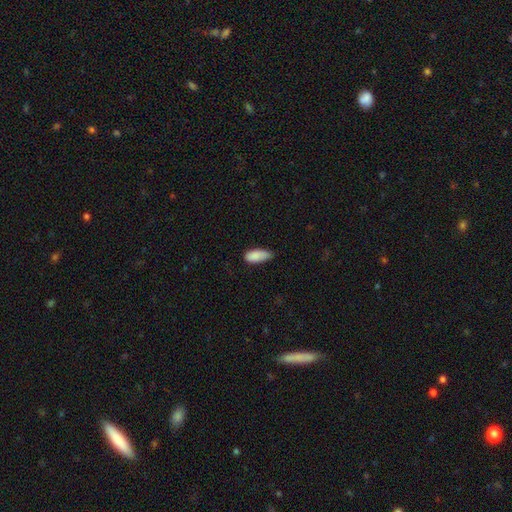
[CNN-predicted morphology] This is clearly a smooth galaxy (88%). How rounded: clearly in between (85%). Merging: possibly none (54%).